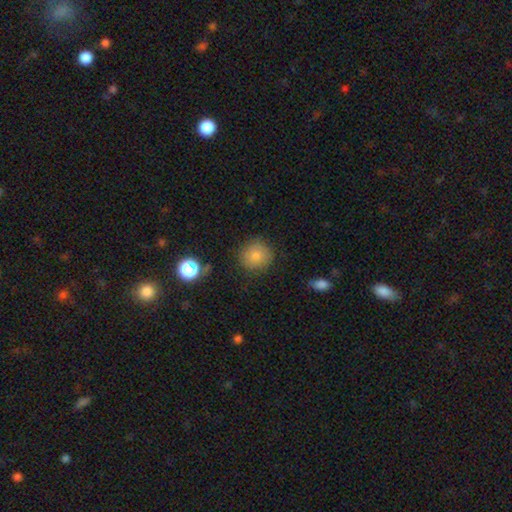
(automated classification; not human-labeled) A smooth galaxy with no disk features (81%) that is round (89%).

Vote fractions:
- Smooth or featured? smooth: 81% / star or artifact: 10% / featured or disk: 9%
- How rounded? round: 89% / in between: 10% / cigar-shaped: 1%
- Merging? none: 83% / minor disturbance: 12% / major disturbance: 4% / merger: 2%